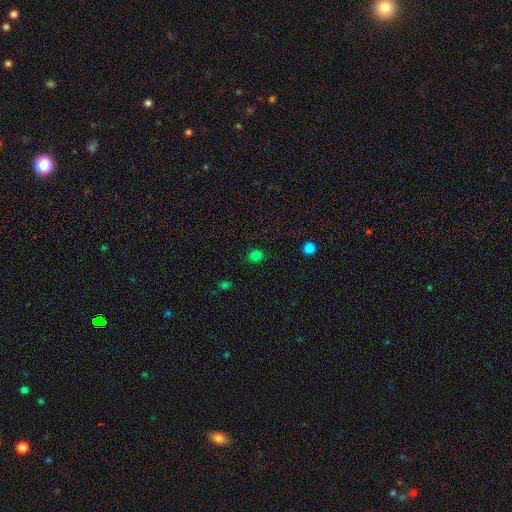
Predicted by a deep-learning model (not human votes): A smooth galaxy with no disk features (79%) that is round (70%). Merging: none (88%).